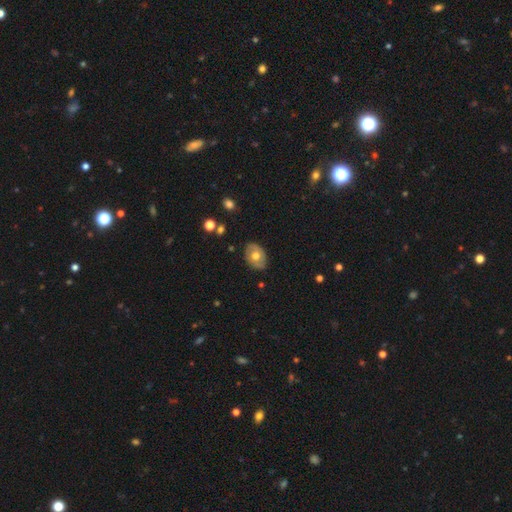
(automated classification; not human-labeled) A smooth galaxy with no disk features (56%) that is in between round and cigar-shaped (75%).

Vote fractions:
- Smooth or featured? smooth: 56% / featured or disk: 37% / star or artifact: 7%
- How rounded? in between: 75% / round: 24% / cigar-shaped: 1%
- Merging? none: 82% / minor disturbance: 14% / major disturbance: 3% / merger: 1%